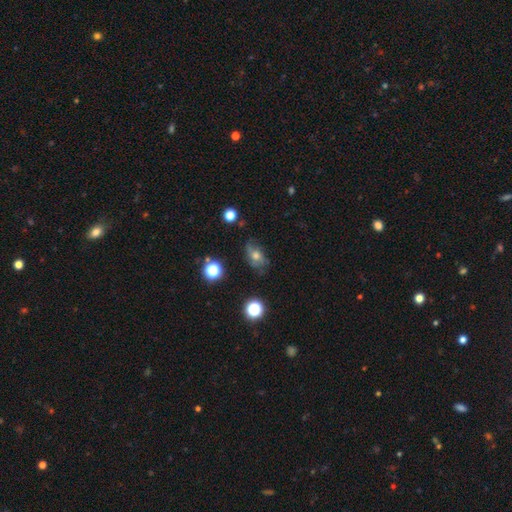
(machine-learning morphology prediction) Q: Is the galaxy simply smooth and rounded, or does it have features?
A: smooth — 41%.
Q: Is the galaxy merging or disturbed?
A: none — 64%.